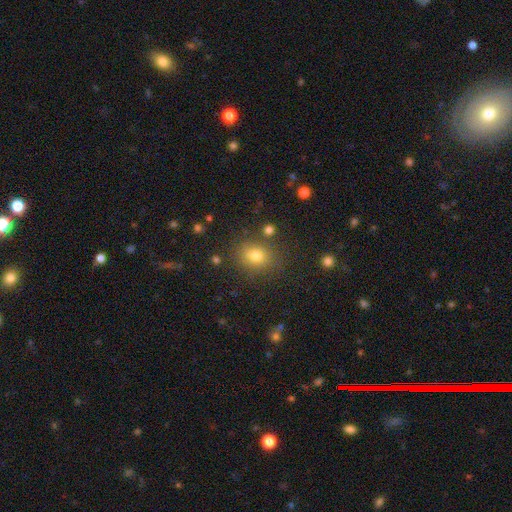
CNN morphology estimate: Smooth or featured?
  - smooth: 75% *
  - star or artifact: 16%
  - featured or disk: 9%
How rounded?
  - round: 59% *
  - in between: 40%
  - cigar-shaped: 1%
Merging?
  - none: 78% *
  - minor disturbance: 13%
  - merger: 5%
  - major disturbance: 4%